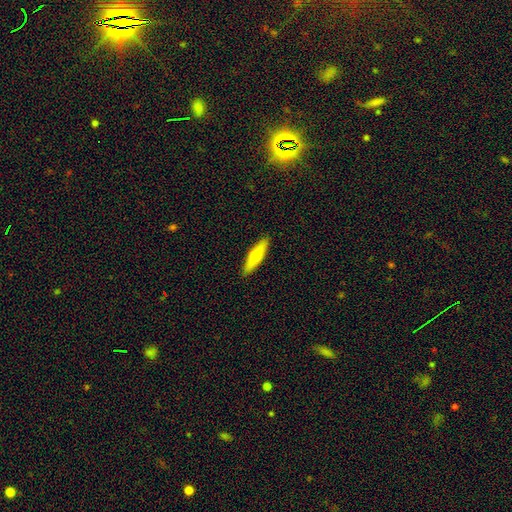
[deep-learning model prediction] smooth 56%, featured or disk 39%, star or artifact 5%. Down the decision tree: how rounded — cigar-shaped (68%); merging — none (91%).